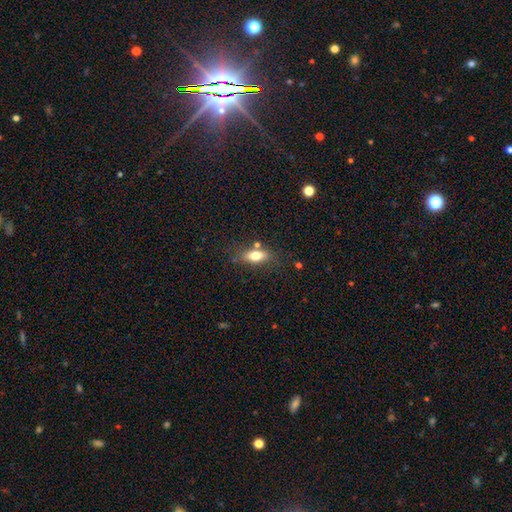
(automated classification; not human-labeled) Smooth or featured?
  - smooth: 73% *
  - featured or disk: 18%
  - star or artifact: 9%
How rounded?
  - in between: 78% *
  - cigar-shaped: 17%
  - round: 5%
Merging?
  - none: 72% *
  - minor disturbance: 16%
  - merger: 8%
  - major disturbance: 5%